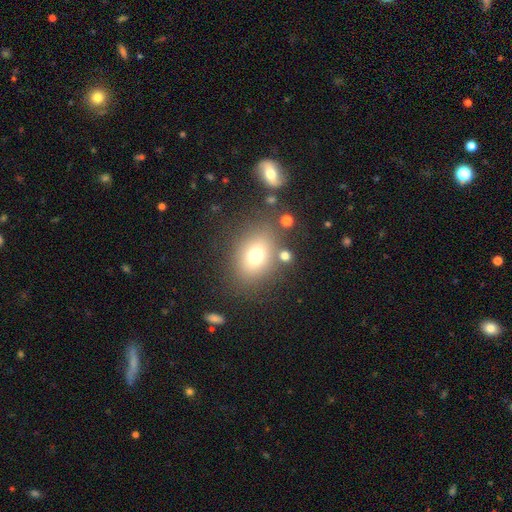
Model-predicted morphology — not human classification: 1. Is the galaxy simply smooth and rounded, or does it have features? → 72% smooth, 14% star or artifact, 14% featured or disk.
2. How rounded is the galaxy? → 57% in between, 41% round, 1% cigar-shaped.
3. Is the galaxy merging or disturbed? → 75% none, 12% minor disturbance, 7% merger, 6% major disturbance.